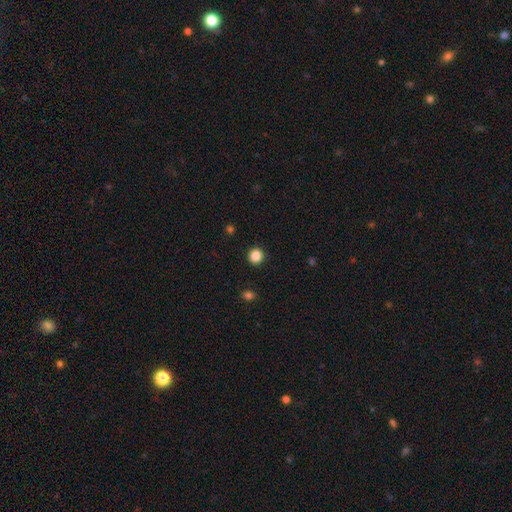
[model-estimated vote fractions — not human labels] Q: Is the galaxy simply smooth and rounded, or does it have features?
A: smooth — 86%.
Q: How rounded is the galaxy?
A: round — 92%.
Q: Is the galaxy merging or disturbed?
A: none — 93%.